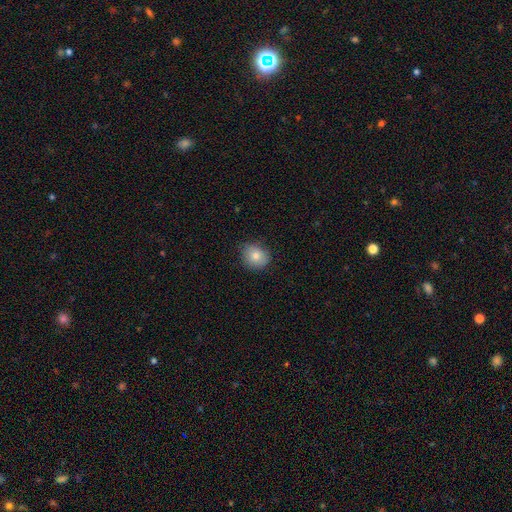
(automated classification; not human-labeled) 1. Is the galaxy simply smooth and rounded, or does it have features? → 80% smooth, 11% featured or disk, 9% star or artifact.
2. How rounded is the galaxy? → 72% round, 27% in between, 1% cigar-shaped.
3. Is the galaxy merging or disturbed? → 74% none, 22% minor disturbance, 3% major disturbance, 1% merger.